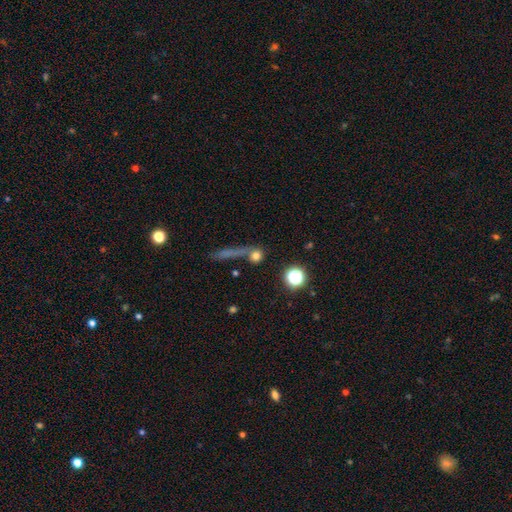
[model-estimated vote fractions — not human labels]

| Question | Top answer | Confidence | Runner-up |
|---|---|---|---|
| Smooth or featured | smooth | 71% | star or artifact (17%) |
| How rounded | round | 84% | in between (9%) |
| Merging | none | 63% | merger (20%) |